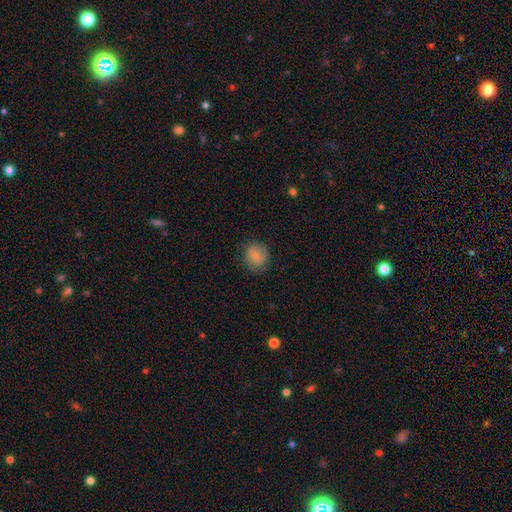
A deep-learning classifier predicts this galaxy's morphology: Smooth or featured?
  - smooth: 78% *
  - featured or disk: 14%
  - star or artifact: 8%
How rounded?
  - round: 82% *
  - in between: 17%
  - cigar-shaped: 1%
Merging?
  - none: 78% *
  - minor disturbance: 16%
  - major disturbance: 5%
  - merger: 1%